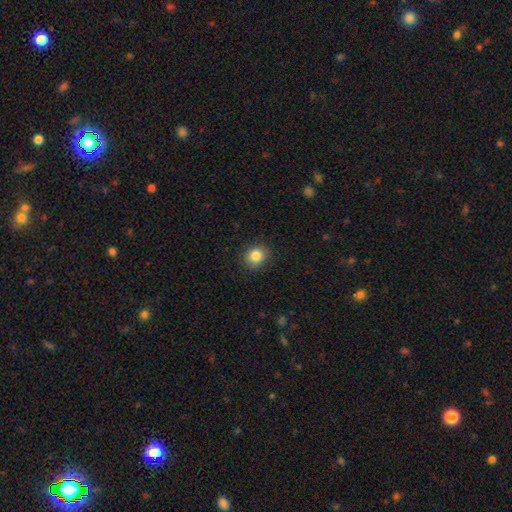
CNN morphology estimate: Smooth or featured?
  - smooth: 85% *
  - star or artifact: 10%
  - featured or disk: 5%
How rounded?
  - round: 74% *
  - in between: 25%
  - cigar-shaped: 1%
Merging?
  - none: 87% *
  - minor disturbance: 9%
  - major disturbance: 2%
  - merger: 1%